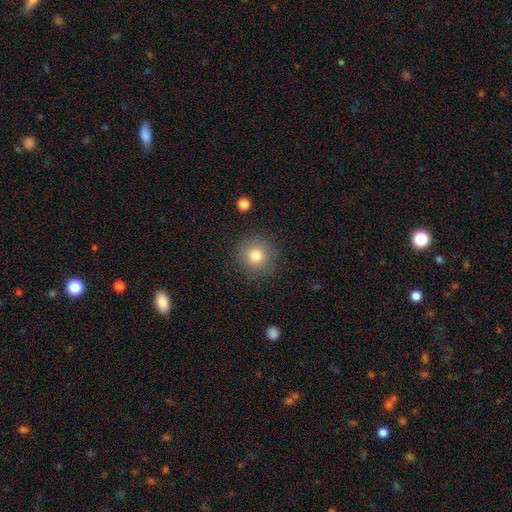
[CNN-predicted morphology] This is likely a smooth galaxy (78%). How rounded: clearly round (94%). Merging: clearly none (88%).